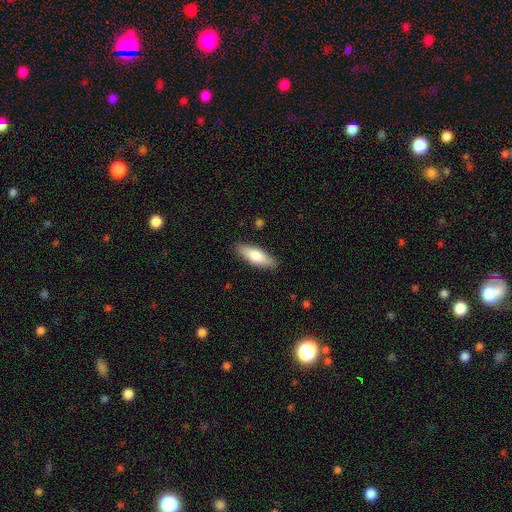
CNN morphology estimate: Smooth or featured?
  - smooth: 75% *
  - featured or disk: 20%
  - star or artifact: 5%
How rounded?
  - in between: 56% *
  - cigar-shaped: 42%
  - round: 2%
Merging?
  - none: 88% *
  - minor disturbance: 9%
  - major disturbance: 2%
  - merger: 1%